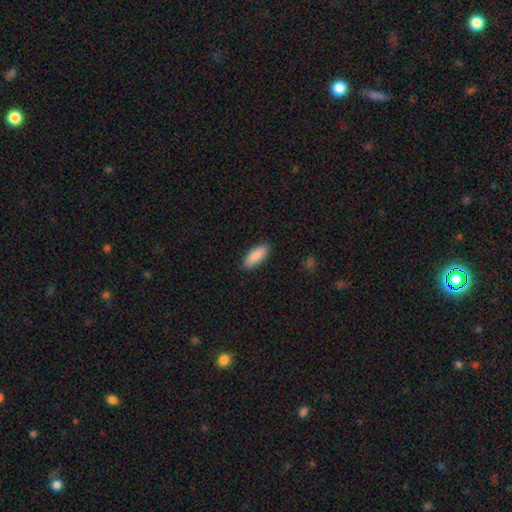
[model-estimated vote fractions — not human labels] A smooth galaxy with no disk features (88%) that is in between round and cigar-shaped (78%).

Vote fractions:
- Smooth or featured? smooth: 88% / featured or disk: 6% / star or artifact: 6%
- How rounded? in between: 78% / cigar-shaped: 20% / round: 2%
- Merging? none: 89% / minor disturbance: 8% / major disturbance: 2% / merger: 1%